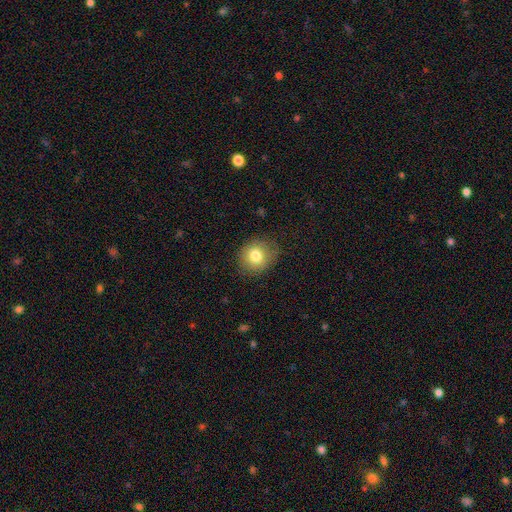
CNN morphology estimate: This appears to be a smooth galaxy with no disk features (79%) that is round (77%). Merging: none (82%).